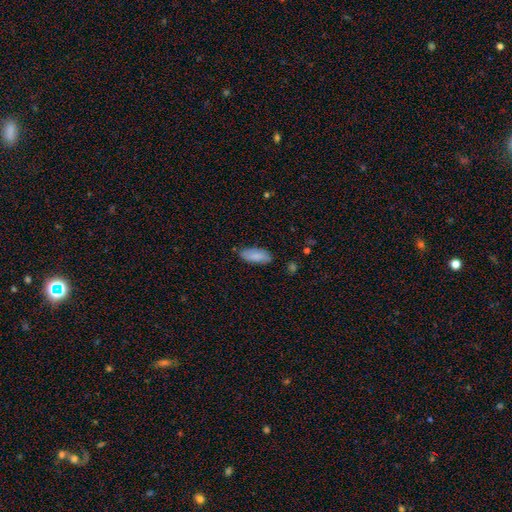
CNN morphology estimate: Overall: smooth (84%). How rounded: in between (81%). Merging: none (81%).